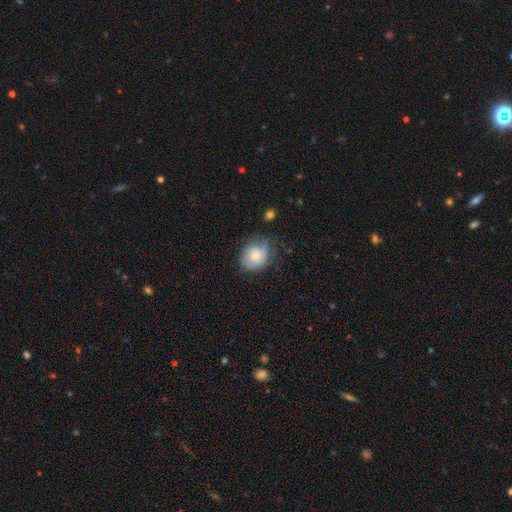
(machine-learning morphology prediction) Smooth or featured? smooth (72%)
How rounded? round (67%)
Merging? none (56%)